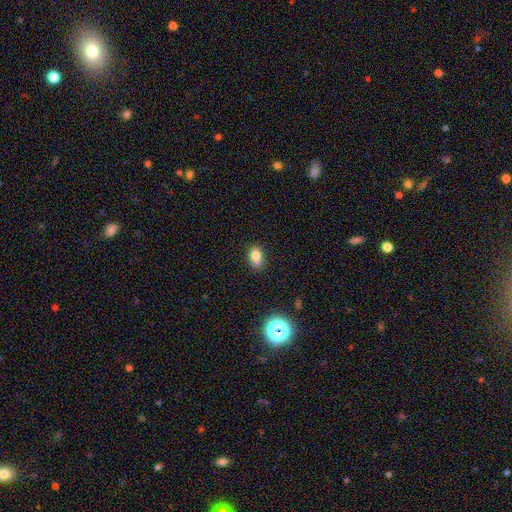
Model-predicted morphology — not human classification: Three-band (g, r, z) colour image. It shows a smooth galaxy with no disk features (80%) that is in between round and cigar-shaped (80%). Merging: none (80%).